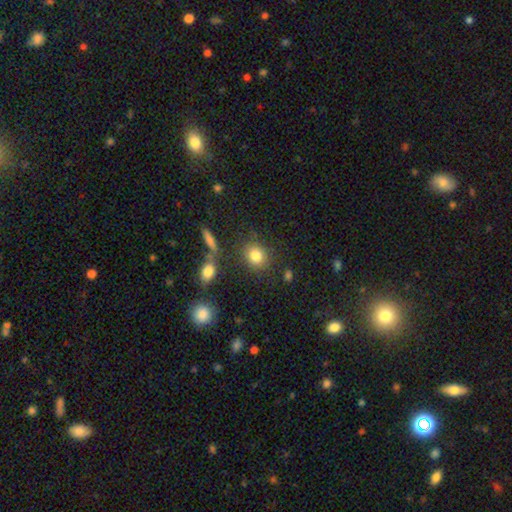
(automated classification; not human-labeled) smooth-or-featured: smooth: 82% | star or artifact: 11% | featured or disk: 8%
  how-rounded: round: 69% | in between: 29% | cigar-shaped: 2%
  merging: none: 79% | minor disturbance: 11% | merger: 6% | major disturbance: 4%